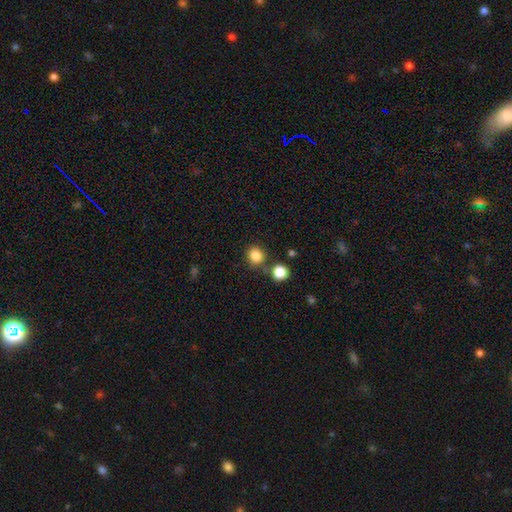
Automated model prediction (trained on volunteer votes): Overall: smooth (84%). How rounded: round (88%). Merging: none (75%).